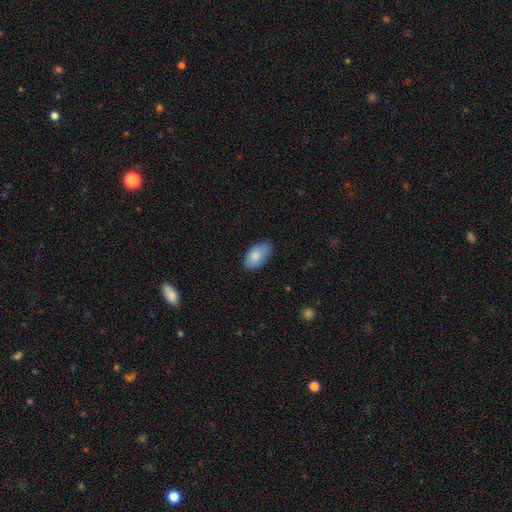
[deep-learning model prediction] Smooth or featured: smooth — 83% (featured or disk — 11%)
How rounded: in between — 94% (round — 4%)
Merging: none — 75% (minor disturbance — 21%)